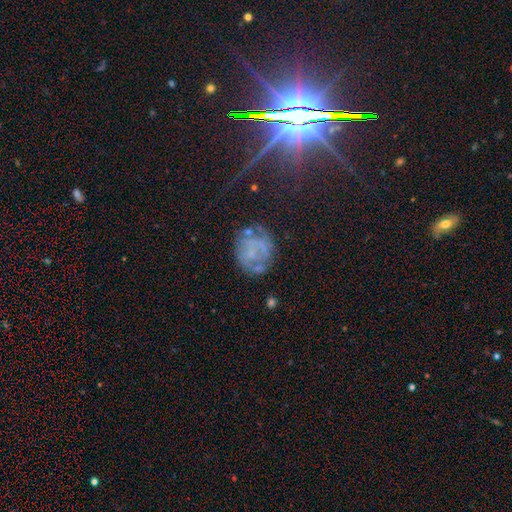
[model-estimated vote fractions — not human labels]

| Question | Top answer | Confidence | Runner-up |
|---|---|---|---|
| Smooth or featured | featured or disk | 52% | smooth (29%) |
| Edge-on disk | no | 97% | yes (3%) |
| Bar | no | 77% | weak (17%) |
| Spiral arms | no | 53% | yes (47%) |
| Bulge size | none | 58% | small (28%) |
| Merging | none | 63% | minor disturbance (21%) |